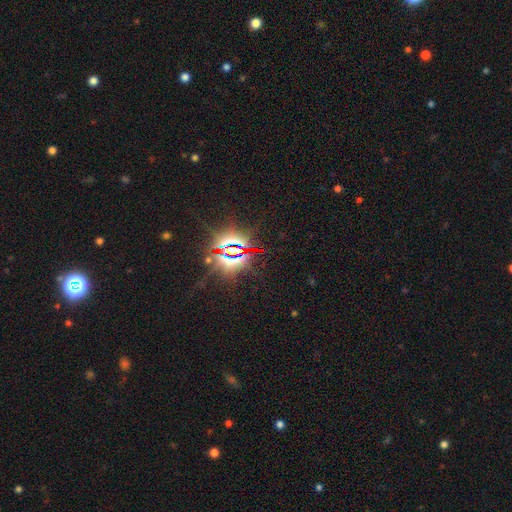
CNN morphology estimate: Smooth or featured? Predicted: star or artifact (p=0.84).